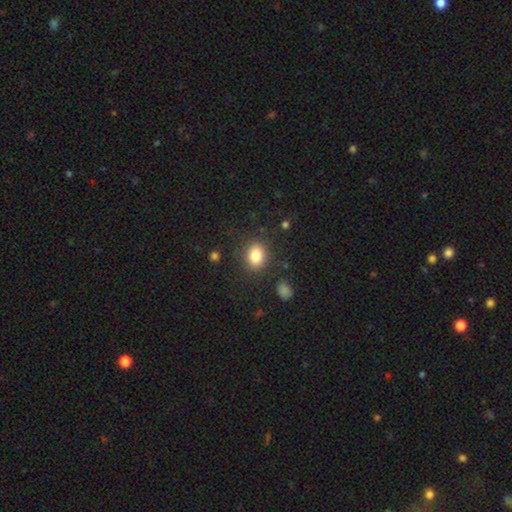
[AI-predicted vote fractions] Q: Smooth or featured?
A: smooth (83%); runner-up: star or artifact (10%)
Q: How rounded?
A: in between (51%); runner-up: round (48%)
Q: Merging?
A: none (84%); runner-up: minor disturbance (10%)